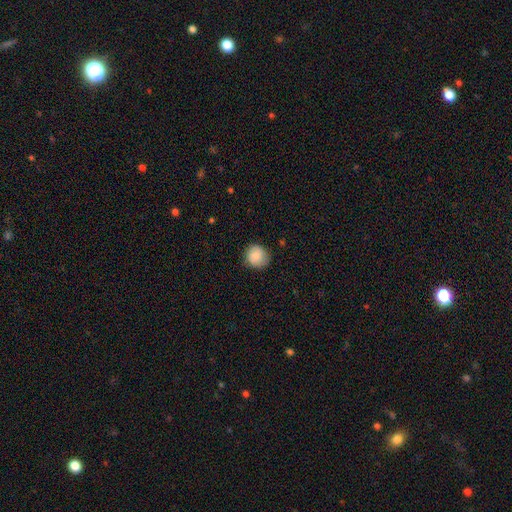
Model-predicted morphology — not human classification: smooth-or-featured: smooth: 85% | star or artifact: 7% | featured or disk: 7%
  how-rounded: round: 89% | in between: 10% | cigar-shaped: 1%
  merging: none: 83% | minor disturbance: 14% | major disturbance: 3% | merger: 1%